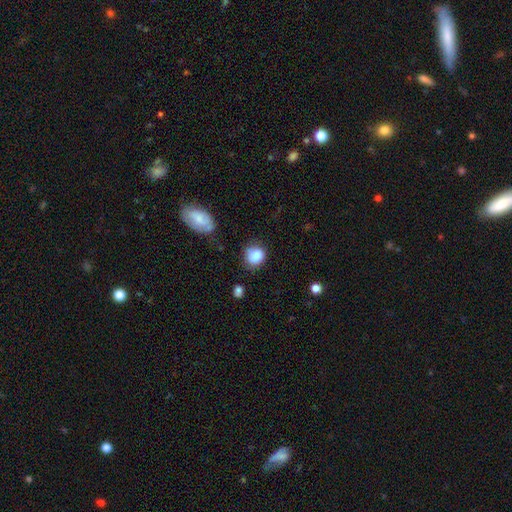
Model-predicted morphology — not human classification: Smooth or featured? Predicted: smooth (p=0.85). How rounded? Predicted: round (p=0.66). Merging? Predicted: none (p=0.64).